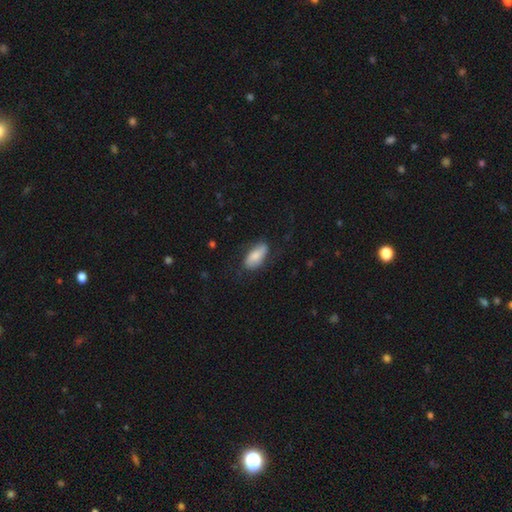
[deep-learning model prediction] This appears to be a smooth galaxy with no disk features (75%) that is in between round and cigar-shaped (86%). Merging: none (69%).